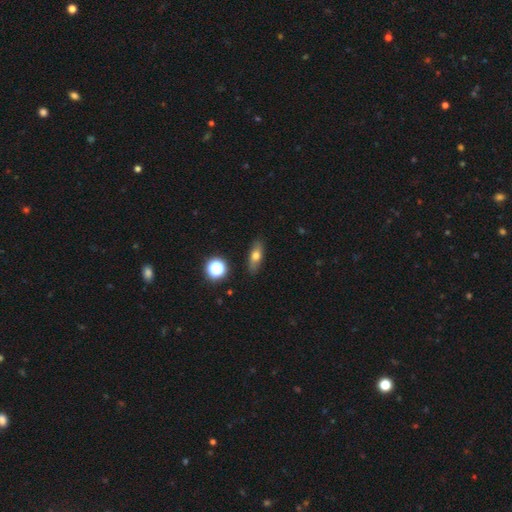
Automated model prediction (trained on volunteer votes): A smooth galaxy with no disk features (67%) that is in between round and cigar-shaped (61%).

Vote fractions:
- Smooth or featured? smooth: 67% / featured or disk: 22% / star or artifact: 10%
- How rounded? in between: 61% / cigar-shaped: 29% / round: 10%
- Merging? none: 86% / minor disturbance: 10% / major disturbance: 2% / merger: 2%